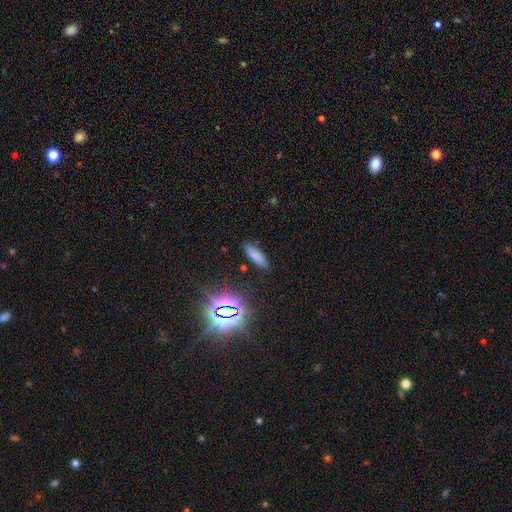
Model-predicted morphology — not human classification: smooth_or_featured: smooth (p=0.75) [alt: star or artifact p=0.17]
how_rounded: cigar-shaped (p=0.54) [alt: in between p=0.43]
merging: none (p=0.86) [alt: minor disturbance p=0.09]